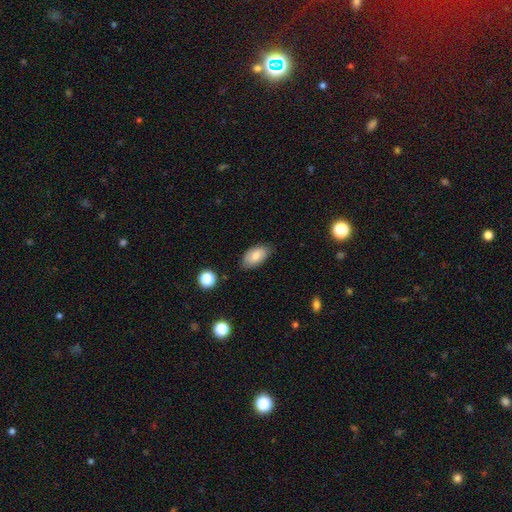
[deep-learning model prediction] A smooth galaxy with no disk features (81%) that is in between round and cigar-shaped (94%). Merging: none (77%).